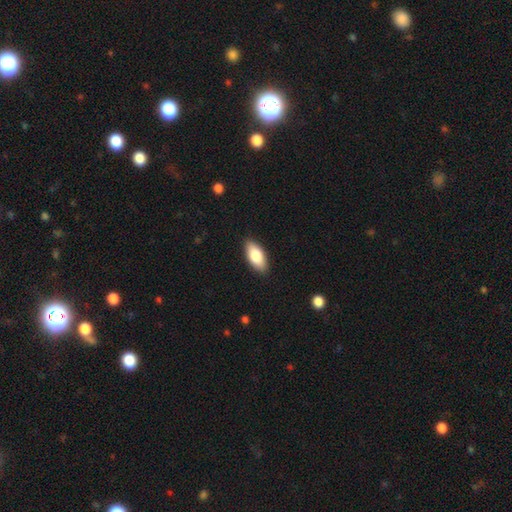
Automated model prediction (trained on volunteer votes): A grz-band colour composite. It shows a smooth galaxy with no disk features (82%) that is in between round and cigar-shaped (88%). Merging: none (89%).